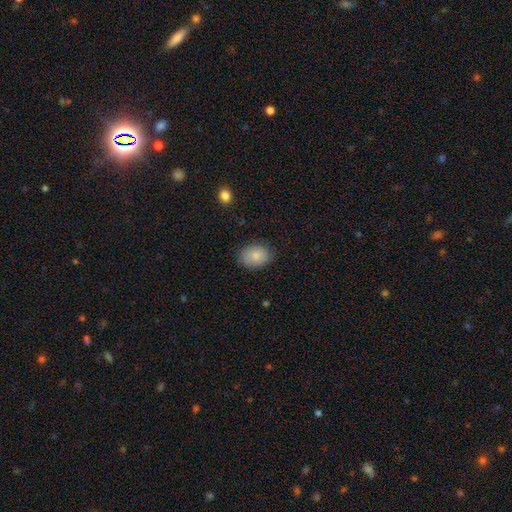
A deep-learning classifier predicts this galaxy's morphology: A smooth galaxy with no disk features (84%) that is in between round and cigar-shaped (74%).

Vote fractions:
- Smooth or featured? smooth: 84% / featured or disk: 9% / star or artifact: 7%
- How rounded? in between: 74% / round: 25% / cigar-shaped: 1%
- Merging? none: 82% / minor disturbance: 14% / major disturbance: 3% / merger: 1%